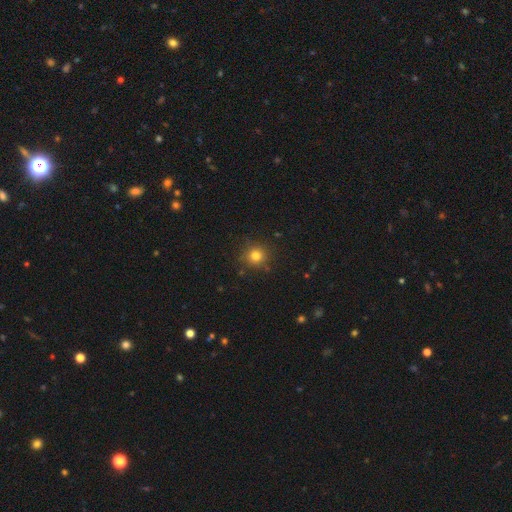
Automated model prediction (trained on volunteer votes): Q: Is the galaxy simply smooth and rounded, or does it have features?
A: smooth — 79%.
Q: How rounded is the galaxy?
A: round — 93%.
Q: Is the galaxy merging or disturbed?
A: none — 86%.